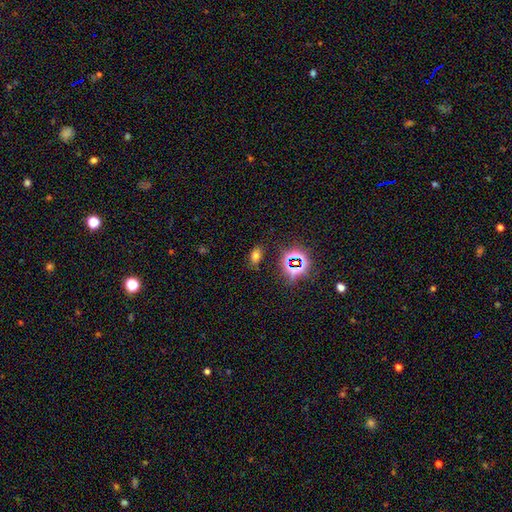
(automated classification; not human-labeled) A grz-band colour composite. It shows a smooth galaxy with no disk features (61%) that is in between round and cigar-shaped (87%). Merging: none (83%).